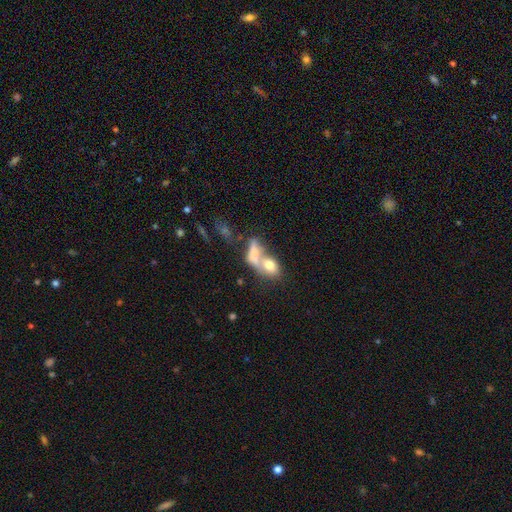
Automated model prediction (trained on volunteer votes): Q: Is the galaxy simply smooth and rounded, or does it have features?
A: smooth — 68%.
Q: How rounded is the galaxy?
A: in between — 73%.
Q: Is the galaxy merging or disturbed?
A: merger — 66%.